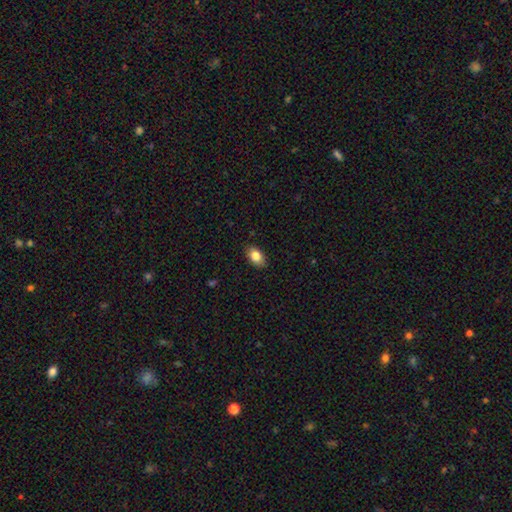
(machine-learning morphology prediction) A smooth galaxy with no disk features (84%) that is in between round and cigar-shaped (90%). Merging: none (86%).